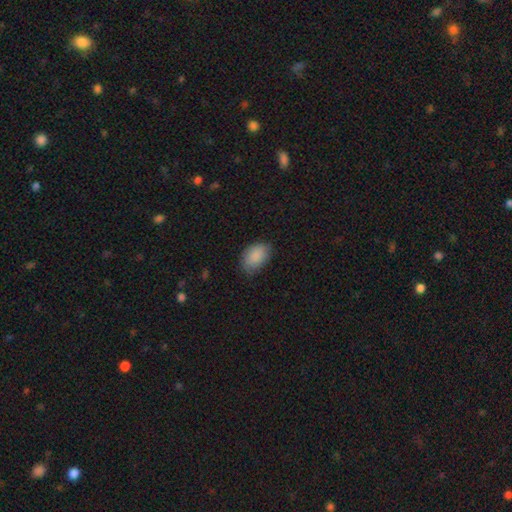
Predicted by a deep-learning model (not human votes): The model was most divided on "merging": none: 78%, minor disturbance: 18%, major disturbance: 3%, merger: 1%. More confident: how rounded — in between (89%); smooth or featured — smooth (89%).